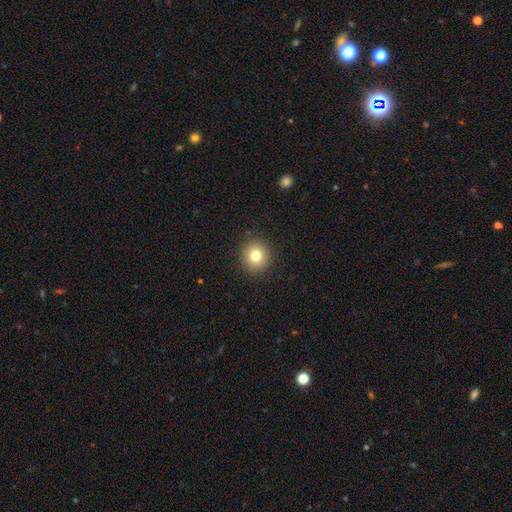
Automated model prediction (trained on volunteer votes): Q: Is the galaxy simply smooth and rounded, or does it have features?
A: smooth — 79%.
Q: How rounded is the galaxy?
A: round — 91%.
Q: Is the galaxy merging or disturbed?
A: none — 91%.